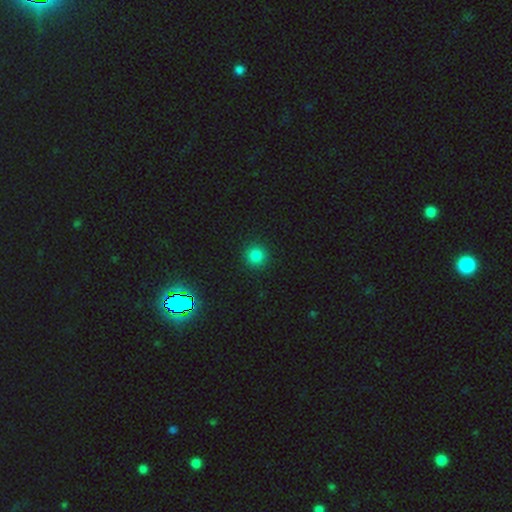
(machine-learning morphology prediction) smooth_or_featured: smooth (p=0.82) [alt: star or artifact p=0.14]
how_rounded: round (p=0.95) [alt: in between p=0.05]
merging: none (p=0.92) [alt: minor disturbance p=0.05]